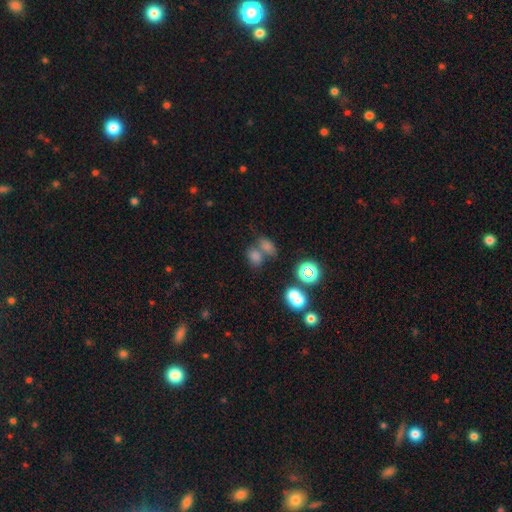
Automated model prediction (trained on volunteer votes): smooth_or_featured: smooth (p=0.68) [alt: star or artifact p=0.20]
how_rounded: in between (p=0.60) [alt: round p=0.38]
merging: merger (p=0.46) [alt: none p=0.36]